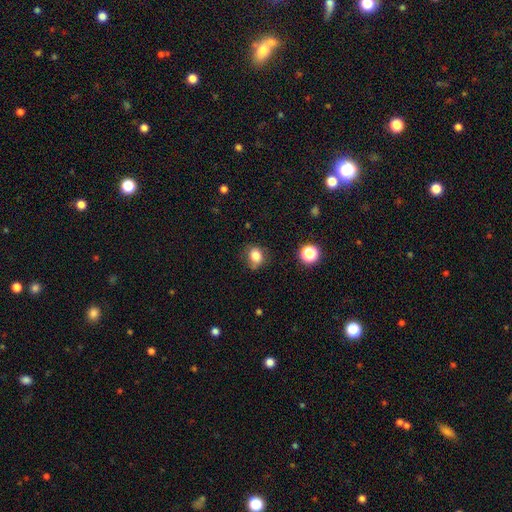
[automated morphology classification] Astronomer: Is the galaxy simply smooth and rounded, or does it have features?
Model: smooth — 80%.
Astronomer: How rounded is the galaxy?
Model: round — 58% (runner-up: in between, 41%).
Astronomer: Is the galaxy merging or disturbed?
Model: none — 61%.